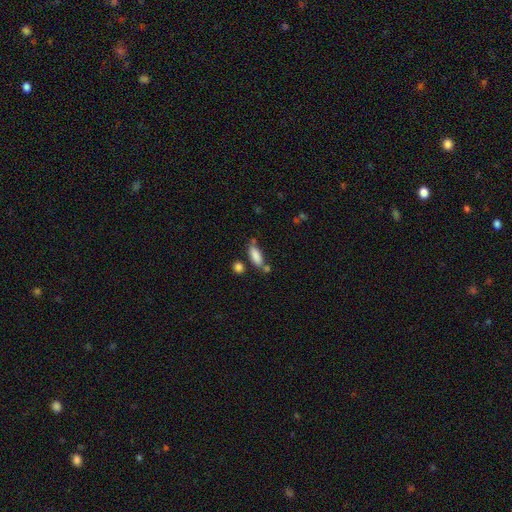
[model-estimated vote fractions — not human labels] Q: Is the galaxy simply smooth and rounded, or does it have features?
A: smooth — 85%.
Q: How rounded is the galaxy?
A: in between — 69%.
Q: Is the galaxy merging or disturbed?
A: none — 63%.